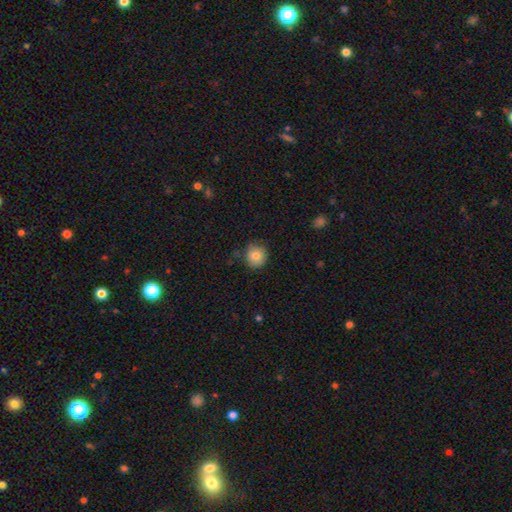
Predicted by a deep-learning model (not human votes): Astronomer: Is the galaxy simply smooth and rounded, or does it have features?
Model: smooth — 81%.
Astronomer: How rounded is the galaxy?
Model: round — 87%.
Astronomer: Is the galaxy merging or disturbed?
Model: none — 76%.